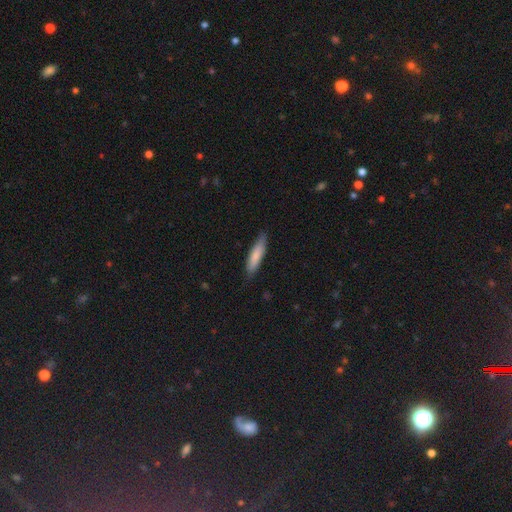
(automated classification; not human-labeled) smooth 80%, featured or disk 15%, star or artifact 5%. Down the decision tree: how rounded — cigar-shaped (78%); merging — none (83%).